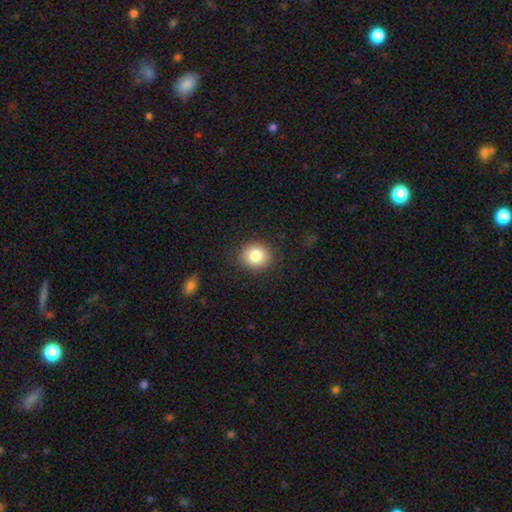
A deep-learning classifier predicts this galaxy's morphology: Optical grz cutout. It shows a smooth galaxy with no disk features (83%) that is round (78%). Merging: none (88%).